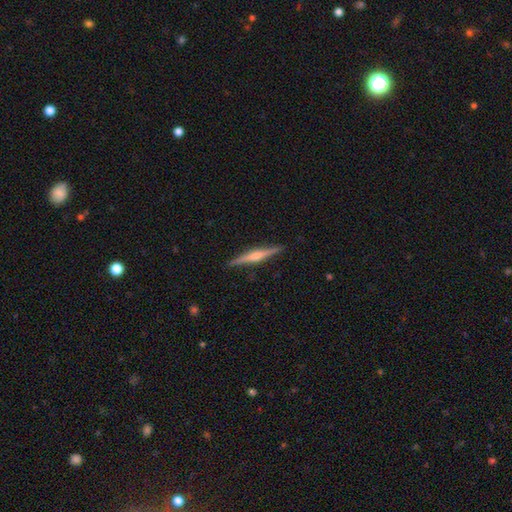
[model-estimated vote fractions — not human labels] smooth-or-featured: featured or disk: 74% | smooth: 21% | star or artifact: 5%
  disk-edge-on: yes: 98% | no: 2%
    edge-on-bulge: rounded: 79% | boxy: 12% | none: 10%
  merging: none: 91% | minor disturbance: 6% | major disturbance: 1% | merger: 1%